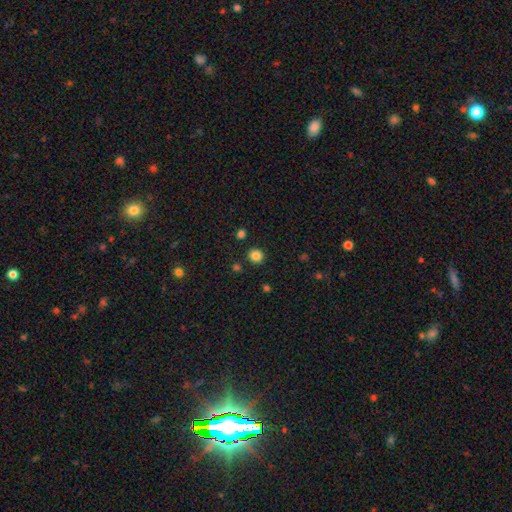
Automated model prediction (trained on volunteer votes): Smooth or featured?
  - smooth: 84% *
  - star or artifact: 12%
  - featured or disk: 4%
How rounded?
  - round: 83% *
  - in between: 16%
  - cigar-shaped: 1%
Merging?
  - none: 88% *
  - minor disturbance: 7%
  - merger: 3%
  - major disturbance: 2%